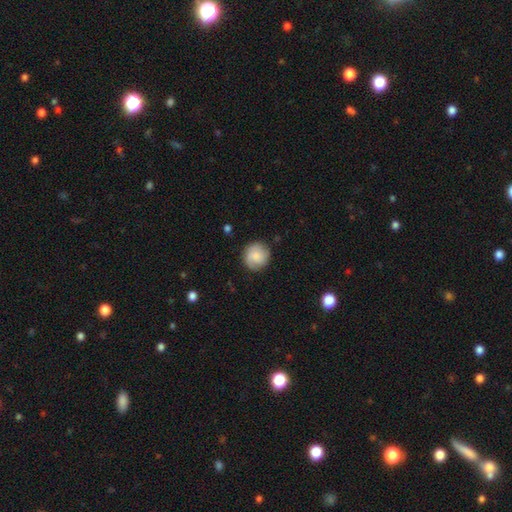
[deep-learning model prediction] Smooth or featured?
  - smooth: 66% *
  - featured or disk: 26%
  - star or artifact: 8%
How rounded?
  - round: 89% *
  - in between: 10%
  - cigar-shaped: 1%
Merging?
  - none: 81% *
  - minor disturbance: 14%
  - major disturbance: 4%
  - merger: 1%